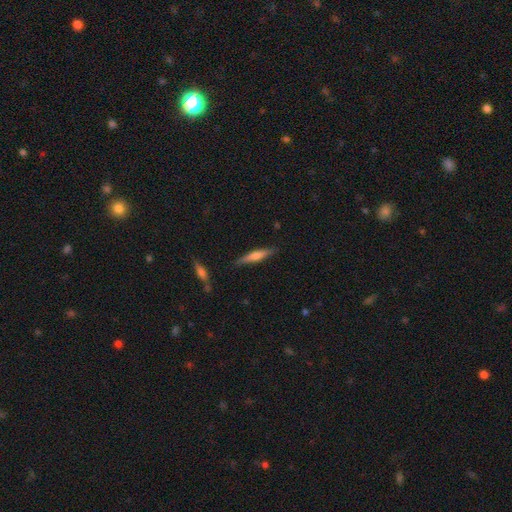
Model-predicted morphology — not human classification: Smooth or featured? Predicted: smooth (p=0.53). How rounded? Predicted: cigar-shaped (p=0.86). Merging? Predicted: none (p=0.86).